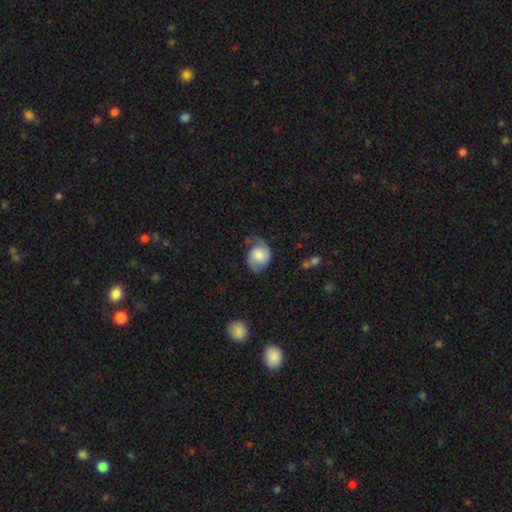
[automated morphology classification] A smooth galaxy with no disk features (46%, tied with featured or disk).

Vote fractions:
- Smooth or featured? smooth: 46% (tied) / featured or disk: 46% (tied) / star or artifact: 7%
- Merging? none: 48% / minor disturbance: 33% / major disturbance: 17% / merger: 2%